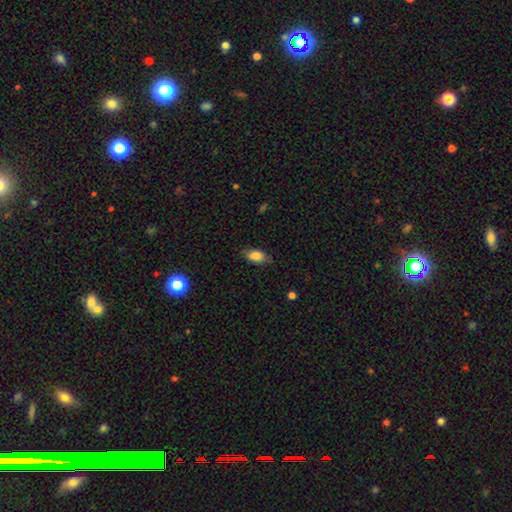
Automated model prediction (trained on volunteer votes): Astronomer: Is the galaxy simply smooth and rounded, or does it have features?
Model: smooth — 83%.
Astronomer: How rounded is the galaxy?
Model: in between — 89%.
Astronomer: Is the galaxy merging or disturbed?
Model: none — 77%.